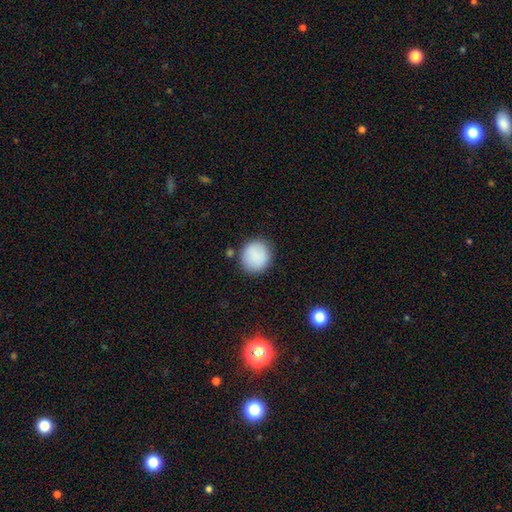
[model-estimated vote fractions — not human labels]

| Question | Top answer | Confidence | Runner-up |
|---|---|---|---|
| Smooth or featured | smooth | 88% | star or artifact (7%) |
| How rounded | round | 88% | in between (11%) |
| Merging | none | 84% | minor disturbance (10%) |